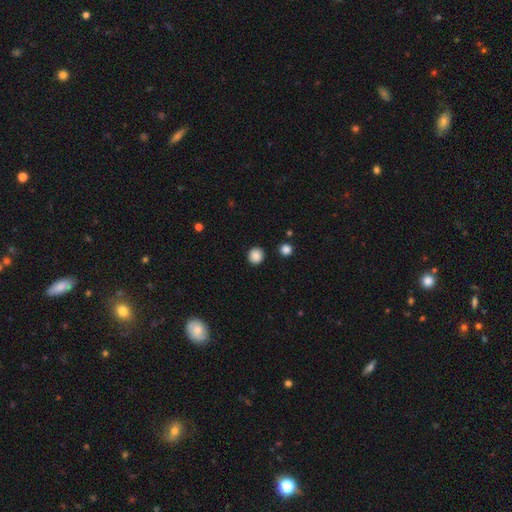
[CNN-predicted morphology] This appears to be a smooth galaxy with no disk features (87%) that is round (89%). Merging: none (90%).